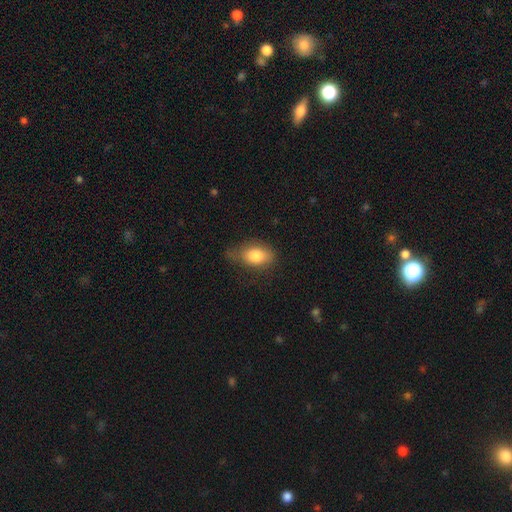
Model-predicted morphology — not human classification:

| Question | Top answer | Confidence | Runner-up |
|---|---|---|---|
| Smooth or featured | smooth | 80% | featured or disk (12%) |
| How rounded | in between | 84% | round (13%) |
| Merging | none | 56% | minor disturbance (32%) |